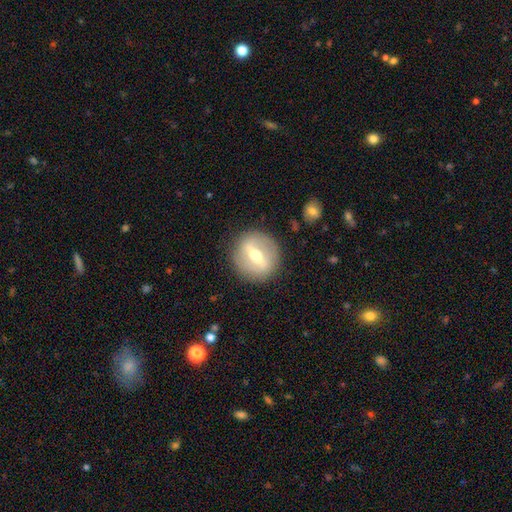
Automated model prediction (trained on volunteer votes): Smooth or featured? Predicted: featured or disk (p=0.64). Edge-on disk? Predicted: no (p=0.80). Bar? Predicted: strong (p=0.62). Spiral arms? Predicted: no (p=0.77). Bulge size? Predicted: moderate (p=0.74). Merging? Predicted: none (p=0.87).